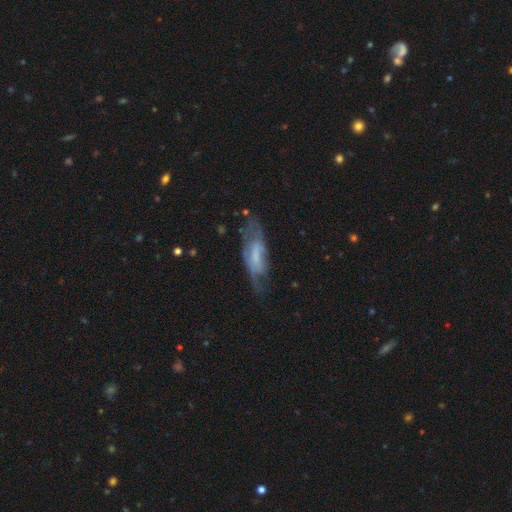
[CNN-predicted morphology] type=featured or disk (55%); edge-on=no (78%); merging=none (50%).